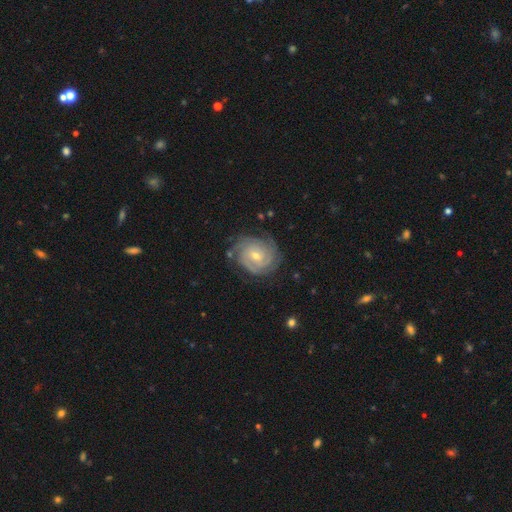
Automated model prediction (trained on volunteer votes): A featured or disk galaxy (85%) with no bar (58%), 3 (26%, tied with can't tell) tight (78%) spiral arms (97%) and a small central bulge (50%).

Vote fractions:
- Smooth or featured? featured or disk: 85% / smooth: 8% / star or artifact: 6%
- Edge-on disk? no: 98% / yes: 2%
- Bar? no: 58% / weak: 33% / strong: 8%
- Spiral arms? yes: 97% / no: 3%
- Spiral winding? tight: 78% / medium: 18% / loose: 3%
- Spiral arm count? 3: 26% (tied) / can't tell: 26% (tied) / 2: 24% / 4: 13% / more than 4: 6% / 1: 6%
- Bulge size? small: 50% / moderate: 47% / large: 1% / none: 1% / dominant: 1%
- Merging? none: 77% / minor disturbance: 16% / major disturbance: 5% / merger: 1%